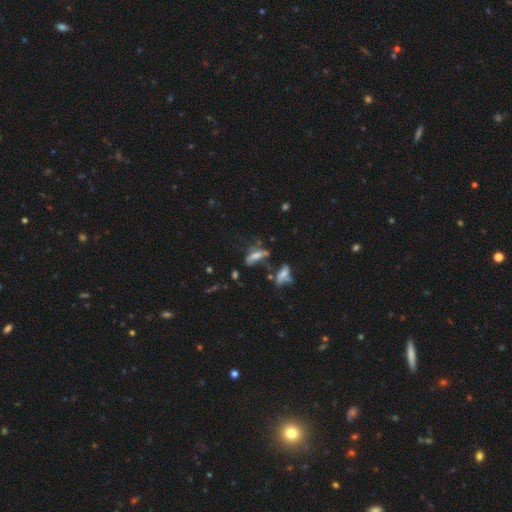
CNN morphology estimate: type=smooth (47%); merging=none (37%).